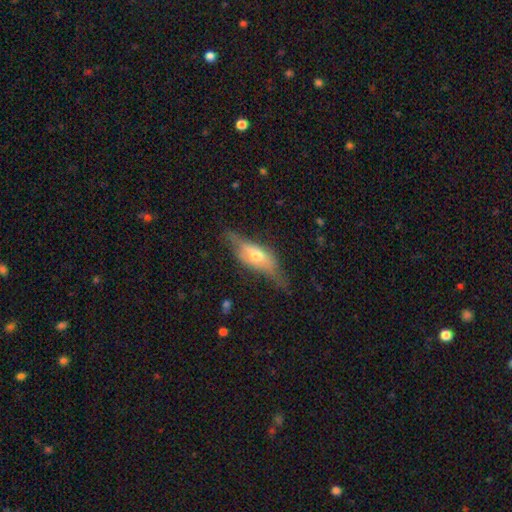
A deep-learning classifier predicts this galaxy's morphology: Overall: featured or disk (59%; smooth 34%). Edge-on disk: yes (71%). Merging: none (54%; minor disturbance 29%).